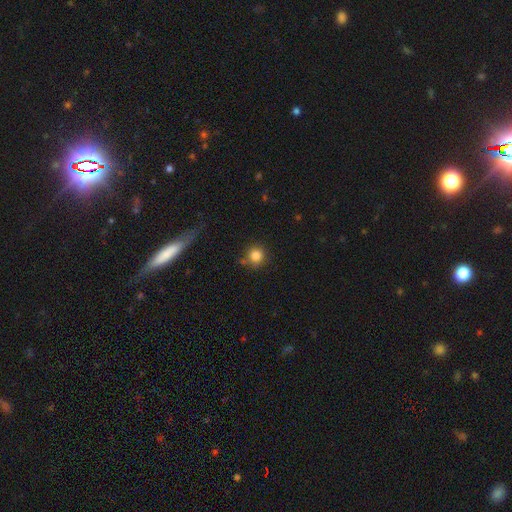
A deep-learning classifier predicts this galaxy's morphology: type=smooth (84%); roundness=round (93%); merging=none (81%).